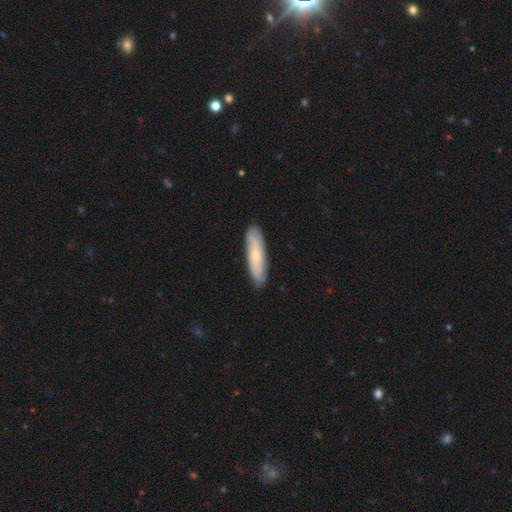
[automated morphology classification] smooth-or-featured: smooth: 50% | featured or disk: 44% | star or artifact: 6%
  merging: none: 85% | minor disturbance: 12% | major disturbance: 2% | merger: 1%